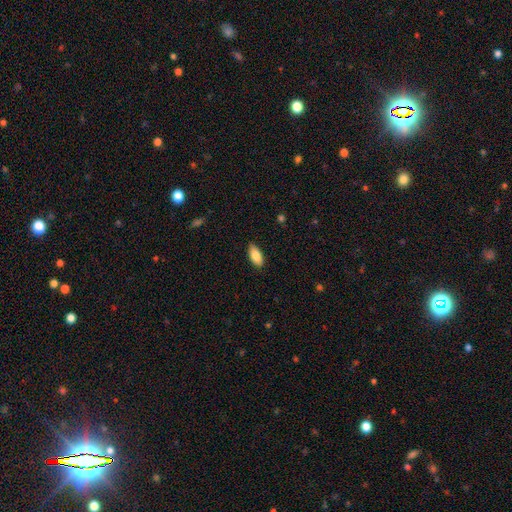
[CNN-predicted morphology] type=smooth (85%); roundness=in between (89%); merging=none (86%).